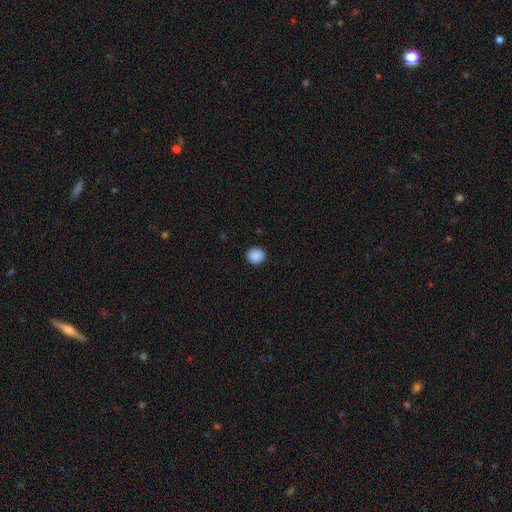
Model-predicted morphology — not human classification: Smooth or featured? smooth (89%)
How rounded? round (87%)
Merging? none (91%)